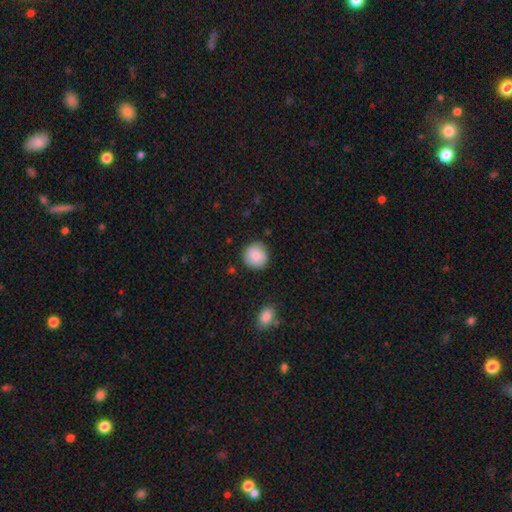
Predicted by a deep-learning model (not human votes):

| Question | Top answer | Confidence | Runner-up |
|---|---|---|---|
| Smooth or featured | smooth | 84% | featured or disk (9%) |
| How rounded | round | 92% | in between (7%) |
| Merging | none | 83% | minor disturbance (12%) |